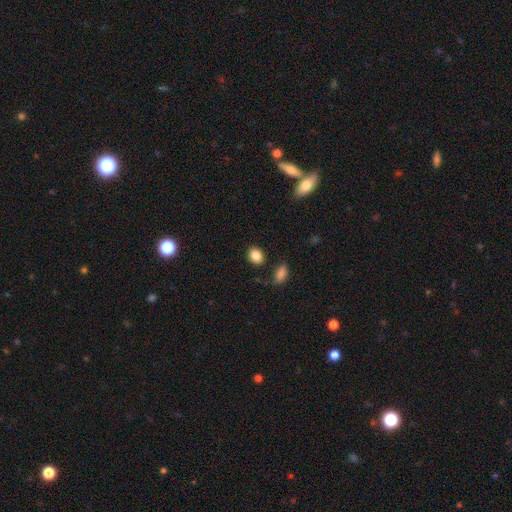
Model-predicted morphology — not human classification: type=smooth (88%); roundness=in between (61%); merging=none (81%).